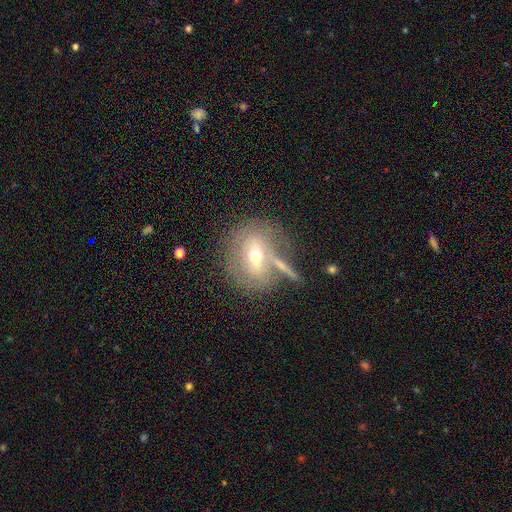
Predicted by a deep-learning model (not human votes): Overall: featured or disk (51%; smooth 39%). Edge-on disk: no (80%). Merging: none (59%).